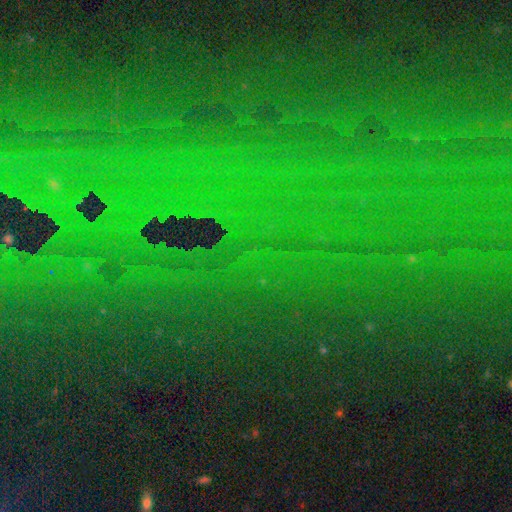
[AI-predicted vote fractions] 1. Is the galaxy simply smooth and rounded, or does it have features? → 81% star or artifact, 10% smooth, 9% featured or disk.